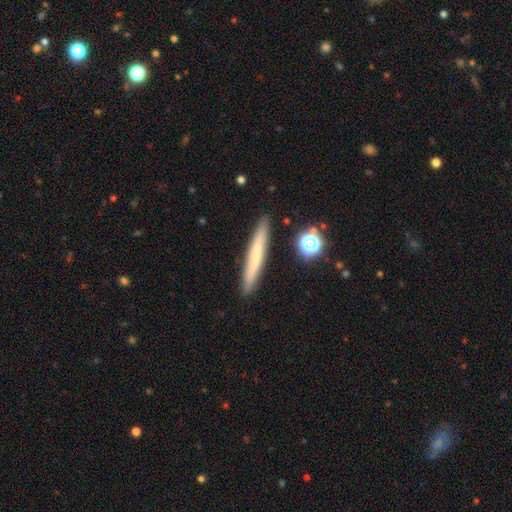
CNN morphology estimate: smooth 63%, featured or disk 30%, star or artifact 8%. Down the decision tree: how rounded — cigar-shaped (96%); merging — none (90%).